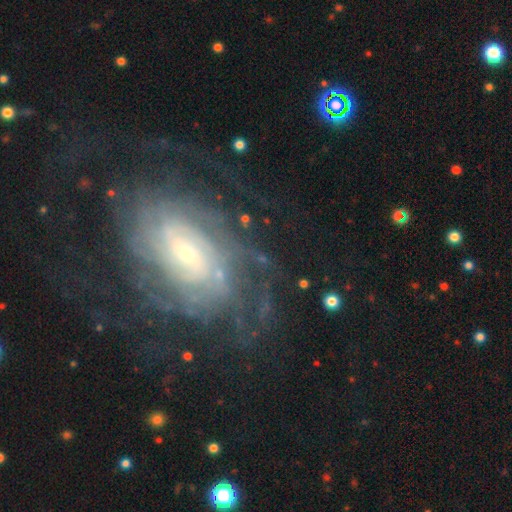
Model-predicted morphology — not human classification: The model was most divided on "bar": weak: 47%, no: 32%, strong: 21%. Remaining: edge-on disk — no (95%); spiral arms — yes (95%); smooth or featured — featured or disk (85%); merging — none (72%); spiral winding — tight (69%); bulge size — small (59%); spiral arm count — can't tell (43%).